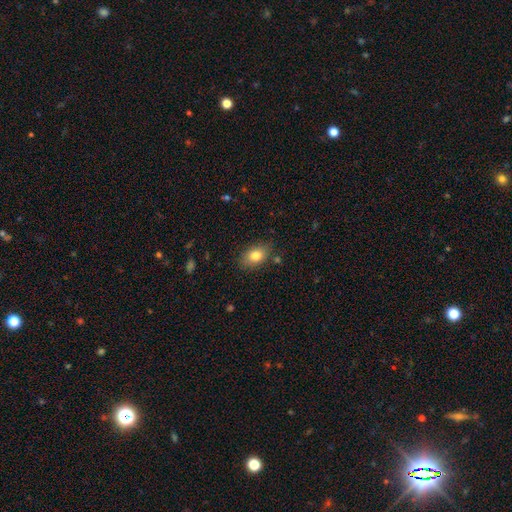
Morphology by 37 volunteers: A smooth galaxy with no disk features (78%) that is in between round and cigar-shaped (83%). Merging: none (66%).